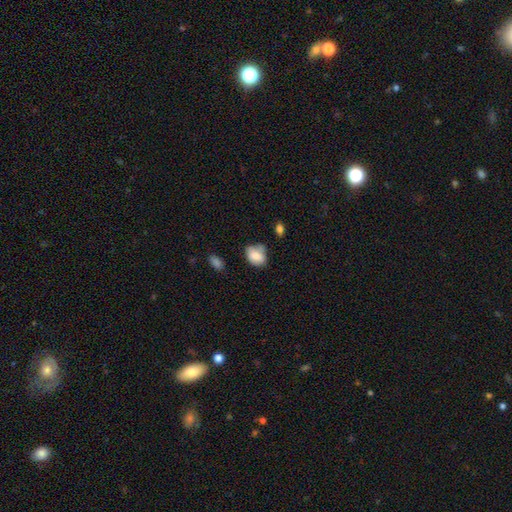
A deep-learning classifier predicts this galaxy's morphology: This appears to be a smooth galaxy with no disk features (80%) that is in between round and cigar-shaped (70%). Merging: none (49%).